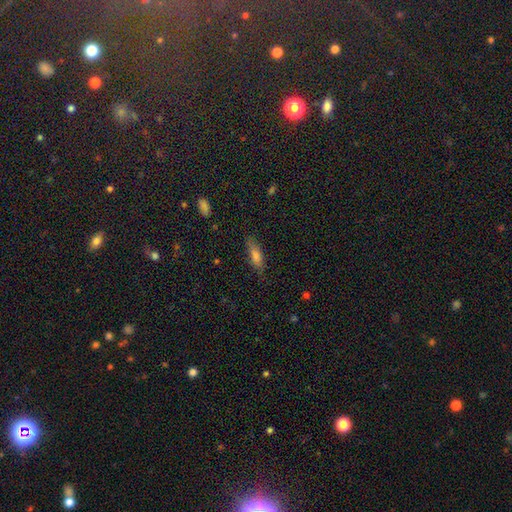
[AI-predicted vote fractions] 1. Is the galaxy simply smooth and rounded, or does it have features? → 67% smooth, 20% featured or disk, 13% star or artifact.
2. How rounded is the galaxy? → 52% cigar-shaped, 45% in between, 3% round.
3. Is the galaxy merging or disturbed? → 79% none, 16% minor disturbance, 4% major disturbance, 2% merger.